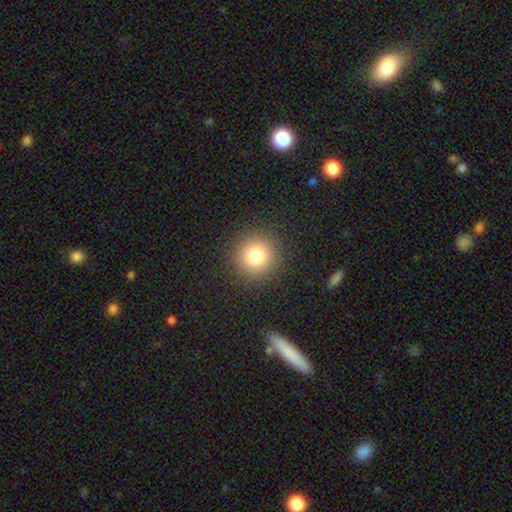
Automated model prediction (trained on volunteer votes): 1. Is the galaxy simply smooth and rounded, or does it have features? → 79% smooth, 13% star or artifact, 8% featured or disk.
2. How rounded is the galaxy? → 94% round, 5% in between, 1% cigar-shaped.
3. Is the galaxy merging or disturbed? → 90% none, 6% minor disturbance, 3% major disturbance, 1% merger.